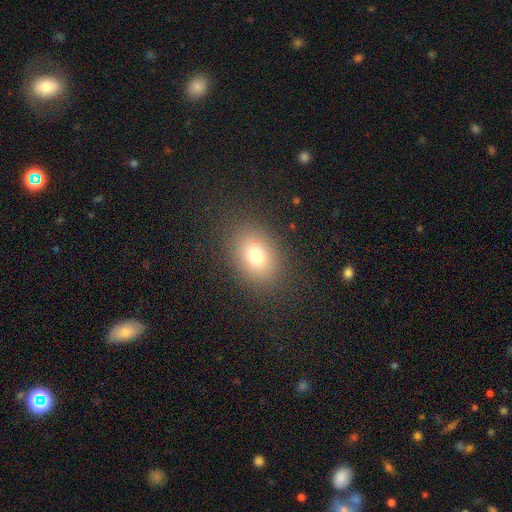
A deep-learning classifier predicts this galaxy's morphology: The model was most divided on "how rounded": in between: 65%, round: 34%, cigar-shaped: 1%. More confident: merging — none (83%); smooth or featured — smooth (73%).